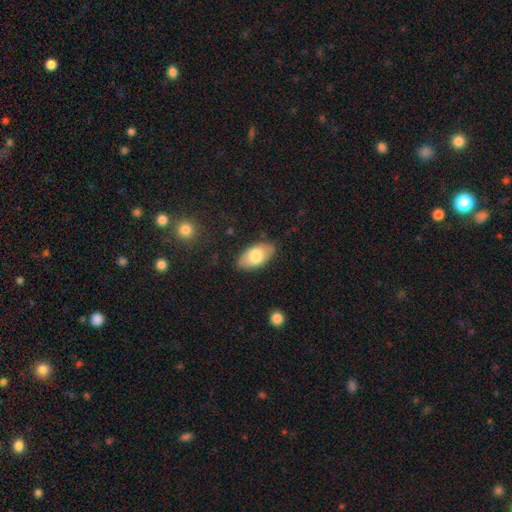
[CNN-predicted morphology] smooth_or_featured: smooth (p=0.76) [alt: featured or disk p=0.18]
how_rounded: in between (p=0.94) [alt: round p=0.03]
merging: none (p=0.82) [alt: minor disturbance p=0.14]